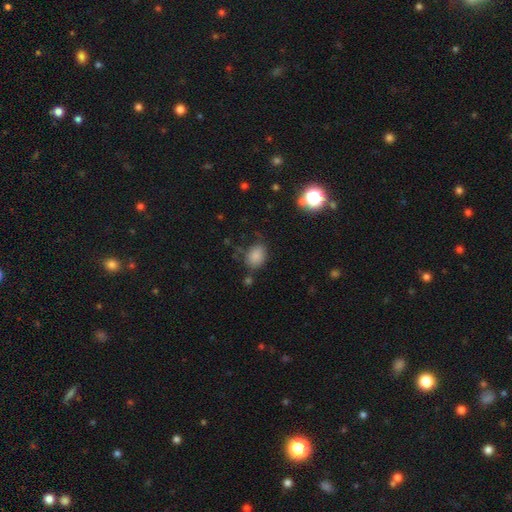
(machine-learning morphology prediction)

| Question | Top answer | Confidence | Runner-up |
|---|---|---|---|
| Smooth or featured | smooth | 83% | star or artifact (12%) |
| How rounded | in between | 65% | round (34%) |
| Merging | none | 70% | minor disturbance (20%) |